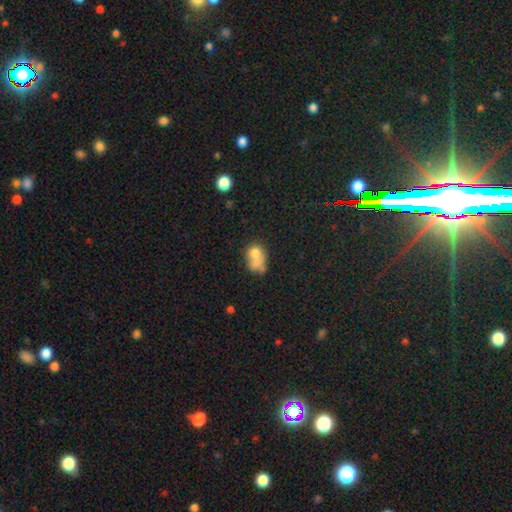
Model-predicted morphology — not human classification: type=smooth (69%); roundness=in between (52%); merging=merger (53%).